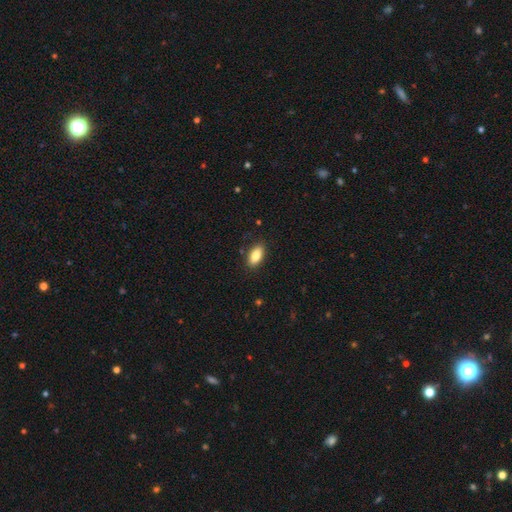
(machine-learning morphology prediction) Overall: smooth (84%). How rounded: in between (89%). Merging: none (86%).